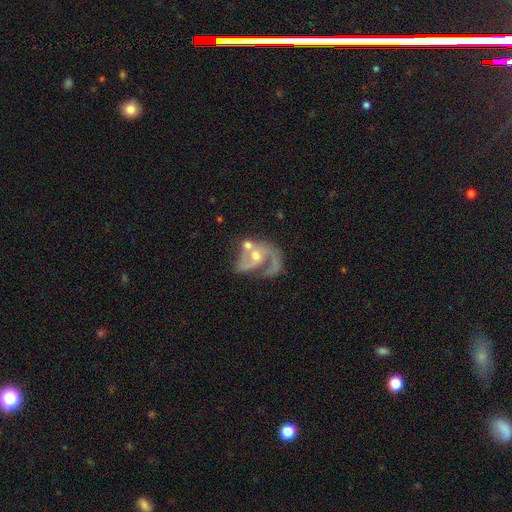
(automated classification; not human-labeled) Smooth or featured: featured or disk — 84% (smooth — 10%)
Edge-on disk: no — 98% (yes — 2%)
Bar: no — 57% (weak — 34%)
Spiral arms: yes — 90% (no — 10%)
Spiral winding: medium — 49% (loose — 33%)
Spiral arm count: 2 — 52% (1 — 34%)
Bulge size: moderate — 55% (small — 35%)
Merging: none — 30% (merger — 27%)